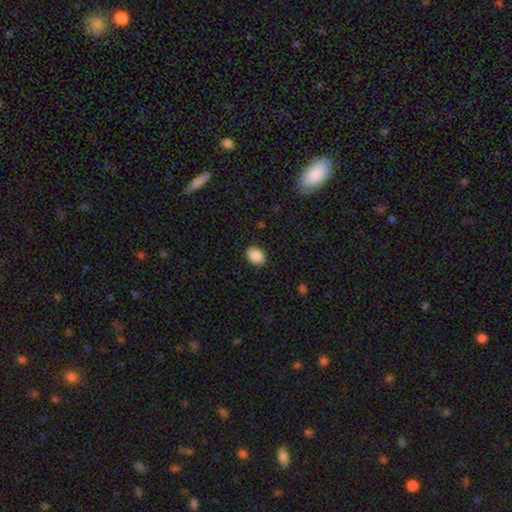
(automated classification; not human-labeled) Smooth or featured? Predicted: smooth (p=0.89). How rounded? Predicted: in between (p=0.72). Merging? Predicted: none (p=0.88).